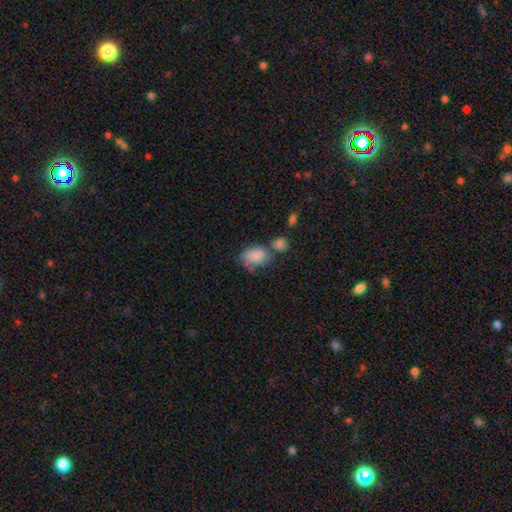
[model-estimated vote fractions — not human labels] A smooth galaxy with no disk features (83%) that is in between round and cigar-shaped (80%). Merging: none (43%).